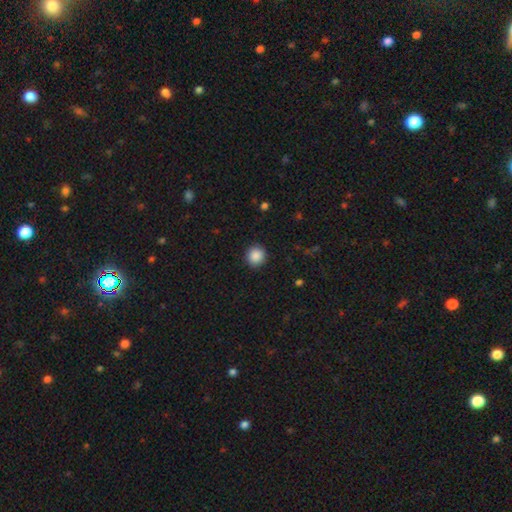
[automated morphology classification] smooth-or-featured: smooth: 88% | star or artifact: 9% | featured or disk: 3%
  how-rounded: round: 93% | in between: 6% | cigar-shaped: 1%
  merging: none: 91% | minor disturbance: 6% | major disturbance: 2% | merger: 1%